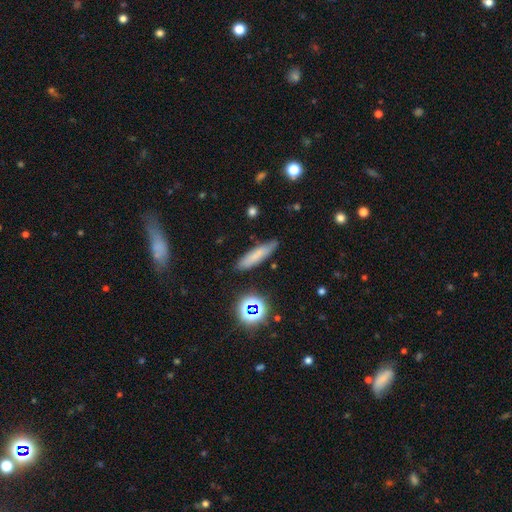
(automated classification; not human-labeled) Smooth or featured: smooth — 71% (featured or disk — 16%)
How rounded: cigar-shaped — 77% (in between — 20%)
Merging: none — 82% (minor disturbance — 13%)